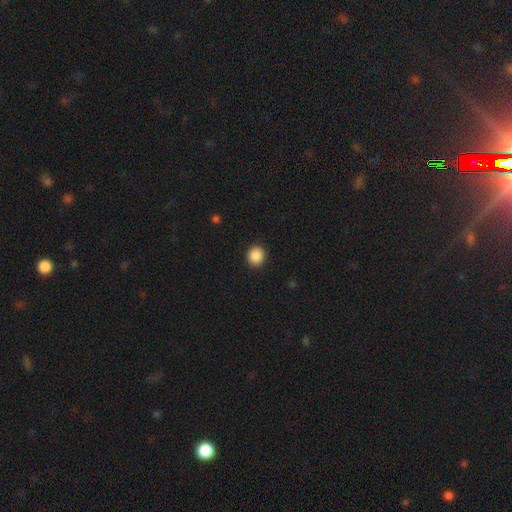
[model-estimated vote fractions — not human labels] This is clearly a smooth galaxy (88%). How rounded: clearly round (83%). Merging: clearly none (92%).